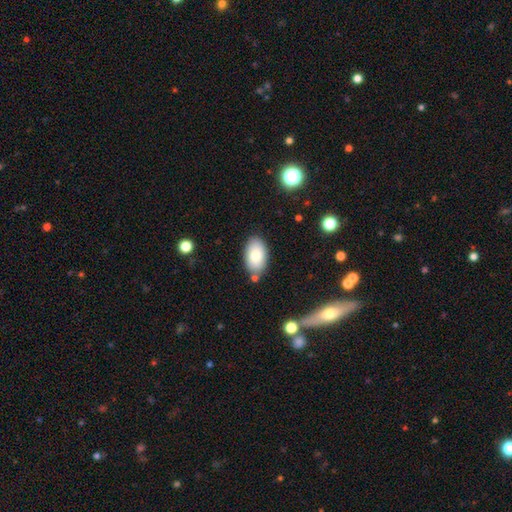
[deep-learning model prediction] smooth-or-featured: smooth: 80% | featured or disk: 12% | star or artifact: 7%
  how-rounded: in between: 94% | round: 5% | cigar-shaped: 1%
  merging: none: 79% | minor disturbance: 13% | merger: 6% | major disturbance: 3%